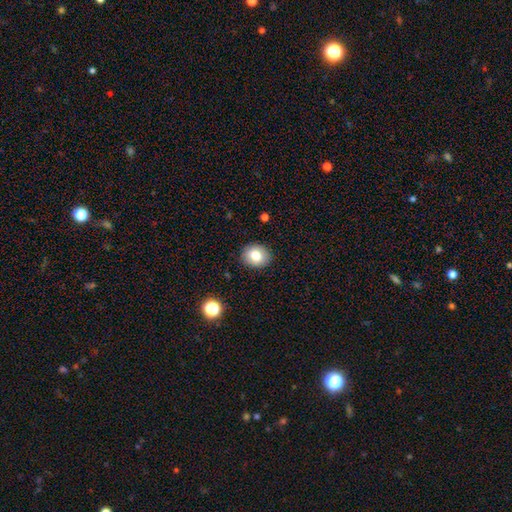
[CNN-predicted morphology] Q: Smooth or featured?
A: smooth (79%); runner-up: featured or disk (11%)
Q: How rounded?
A: round (69%); runner-up: in between (30%)
Q: Merging?
A: none (89%); runner-up: minor disturbance (8%)